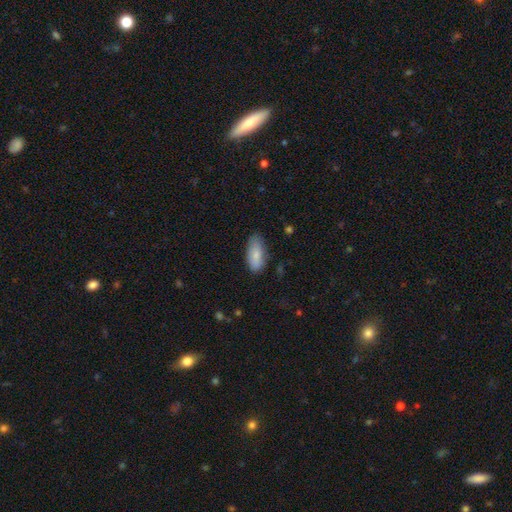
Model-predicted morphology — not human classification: smooth_or_featured: smooth (p=0.81) [alt: featured or disk p=0.13]
how_rounded: in between (p=0.88) [alt: cigar-shaped p=0.10]
merging: none (p=0.73) [alt: minor disturbance p=0.21]